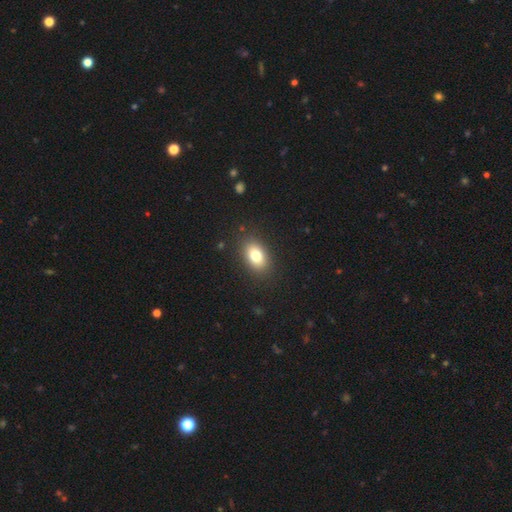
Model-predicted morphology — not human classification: Q: Smooth or featured?
A: smooth (79%); runner-up: featured or disk (12%)
Q: How rounded?
A: in between (86%); runner-up: round (13%)
Q: Merging?
A: none (87%); runner-up: minor disturbance (9%)